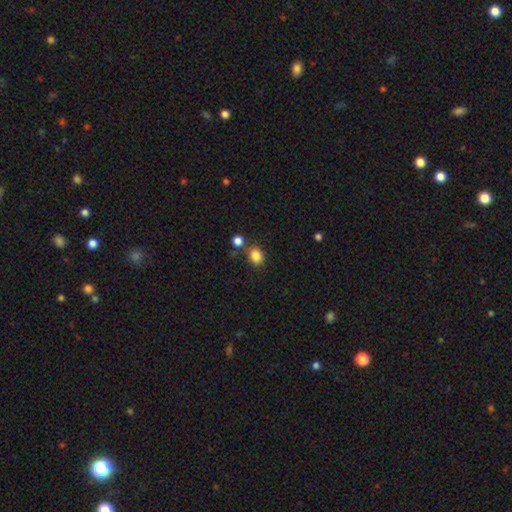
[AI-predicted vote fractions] Overall: smooth (85%). How rounded: round (59%; in between 40%). Merging: none (70%).